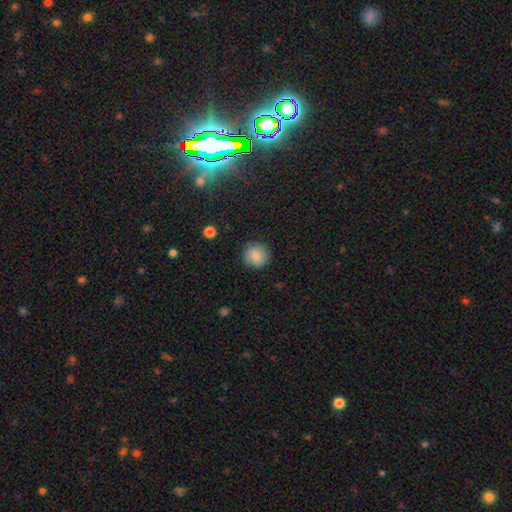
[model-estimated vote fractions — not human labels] Smooth or featured? Predicted: smooth (p=0.85). How rounded? Predicted: round (p=0.91). Merging? Predicted: none (p=0.87).